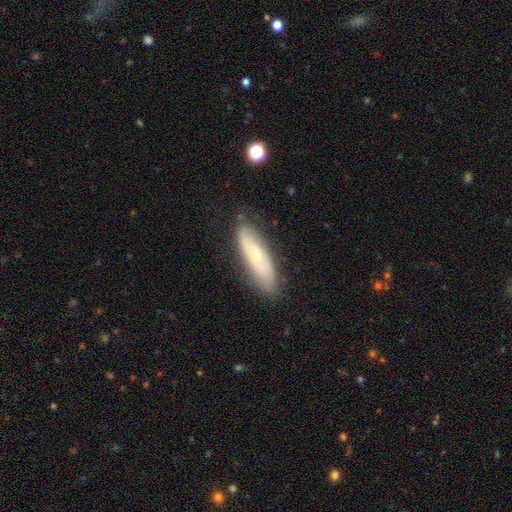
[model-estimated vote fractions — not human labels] This is possibly a smooth galaxy (48%). Merging: likely none (79%).